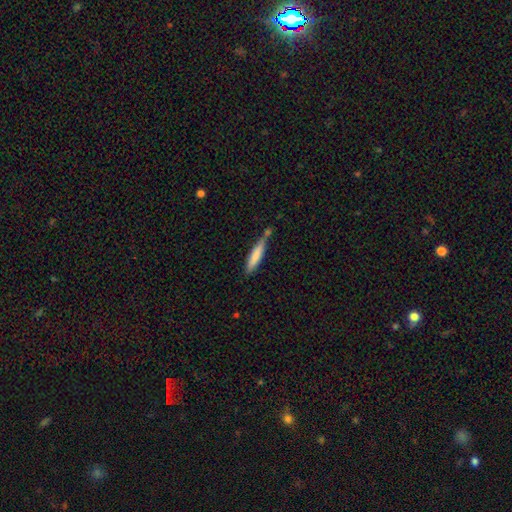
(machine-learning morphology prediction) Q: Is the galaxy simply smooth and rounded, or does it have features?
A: smooth — 77%.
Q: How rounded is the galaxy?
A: cigar-shaped — 87%.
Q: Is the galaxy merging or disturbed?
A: none — 55%.